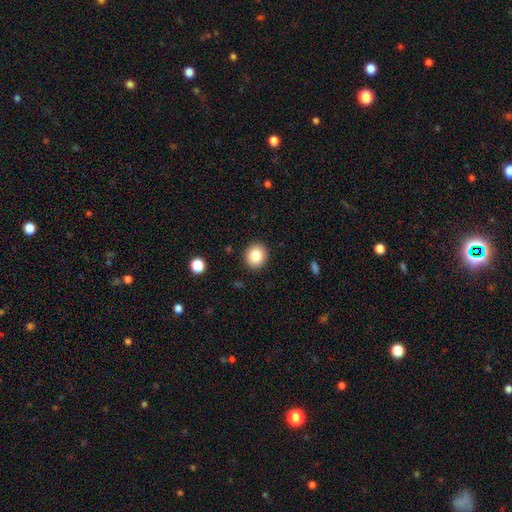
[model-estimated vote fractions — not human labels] Smooth or featured: smooth — 83% (star or artifact — 10%)
How rounded: round — 80% (in between — 19%)
Merging: none — 90% (minor disturbance — 7%)